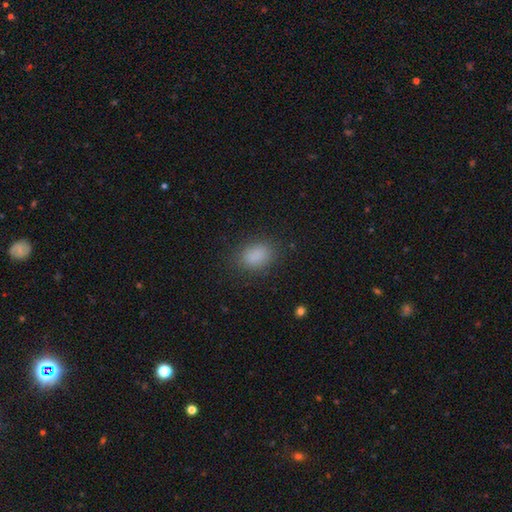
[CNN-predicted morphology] This appears to be a smooth galaxy with no disk features (86%) that is in between round and cigar-shaped (75%). Merging: none (83%).